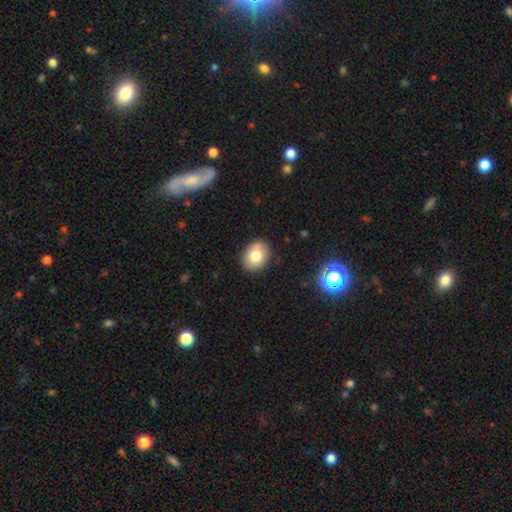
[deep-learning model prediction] Overall: smooth (77%). How rounded: in between (66%; round 33%). Merging: none (85%).